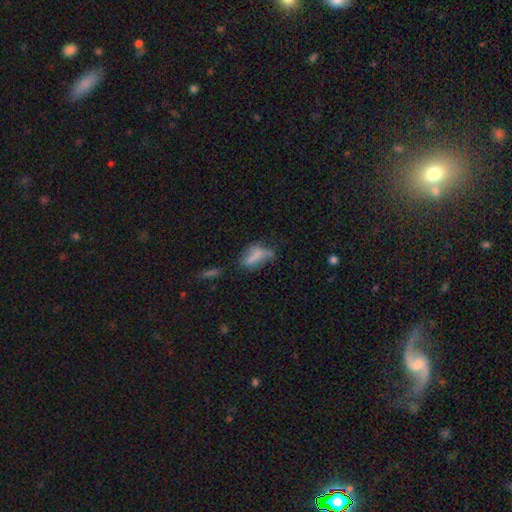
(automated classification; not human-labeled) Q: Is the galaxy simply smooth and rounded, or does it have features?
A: smooth — 62%.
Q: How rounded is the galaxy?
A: in between — 71%.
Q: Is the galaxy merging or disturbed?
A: none — 34%.